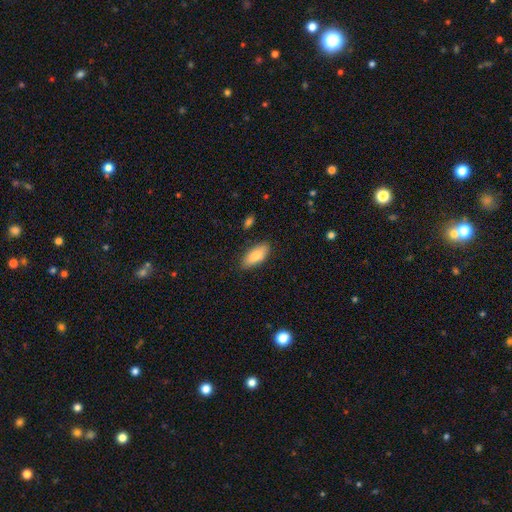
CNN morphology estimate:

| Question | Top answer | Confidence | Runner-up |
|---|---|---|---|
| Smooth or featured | smooth | 82% | featured or disk (12%) |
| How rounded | in between | 81% | cigar-shaped (17%) |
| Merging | none | 84% | minor disturbance (12%) |